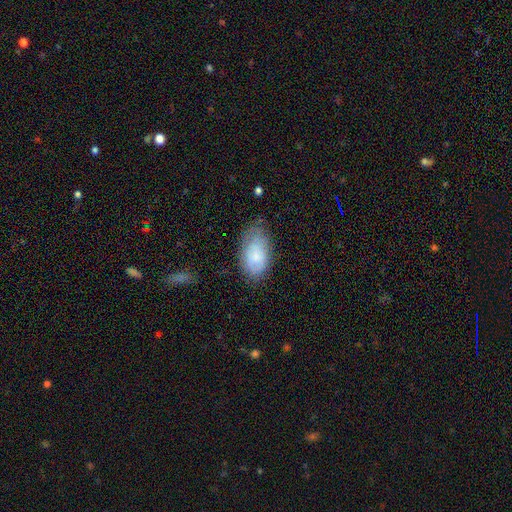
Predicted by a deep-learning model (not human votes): Smooth or featured?
  - smooth: 71% *
  - featured or disk: 22%
  - star or artifact: 7%
How rounded?
  - in between: 94% *
  - round: 4%
  - cigar-shaped: 2%
Merging?
  - none: 62% *
  - minor disturbance: 28%
  - major disturbance: 8%
  - merger: 2%